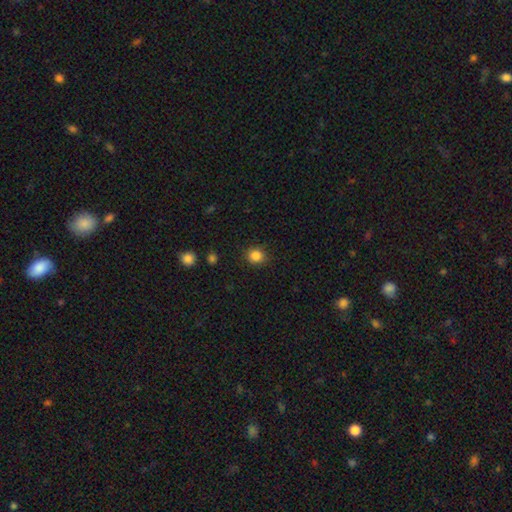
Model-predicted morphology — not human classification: The model was most divided on "how rounded": round: 84%, in between: 15%, cigar-shaped: 1%. More confident: merging — none (88%); smooth or featured — smooth (85%).